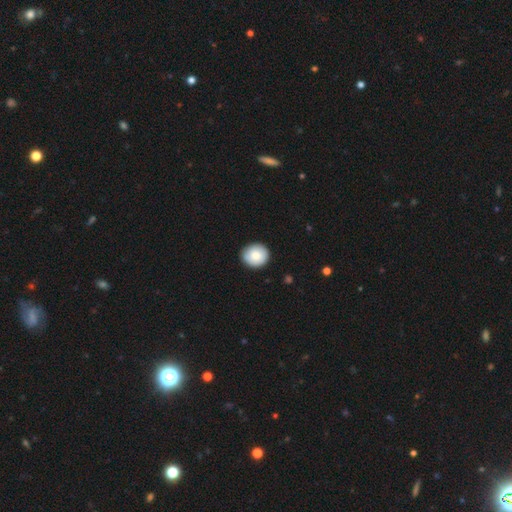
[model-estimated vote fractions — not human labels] Q: Smooth or featured?
A: smooth (81%); runner-up: featured or disk (12%)
Q: How rounded?
A: round (84%); runner-up: in between (16%)
Q: Merging?
A: none (88%); runner-up: minor disturbance (9%)